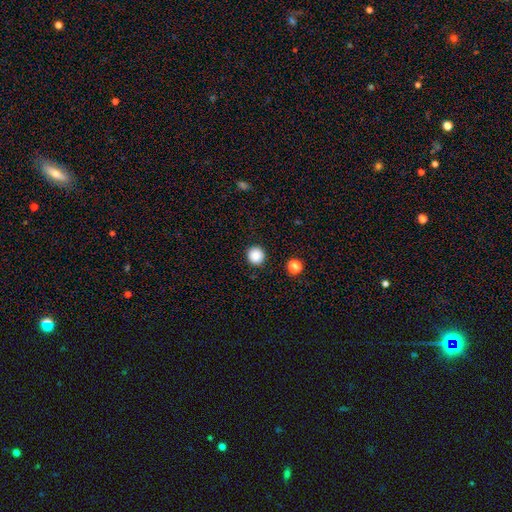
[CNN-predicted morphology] Smooth or featured? smooth (87%)
How rounded? round (95%)
Merging? none (92%)